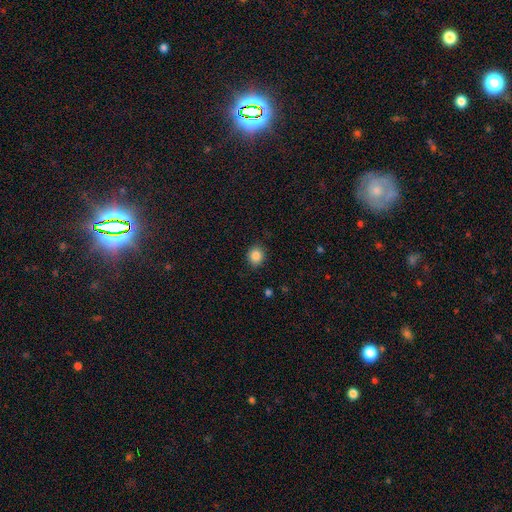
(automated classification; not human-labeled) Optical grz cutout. It shows a smooth galaxy with no disk features (86%) that is round (74%). Merging: none (88%).